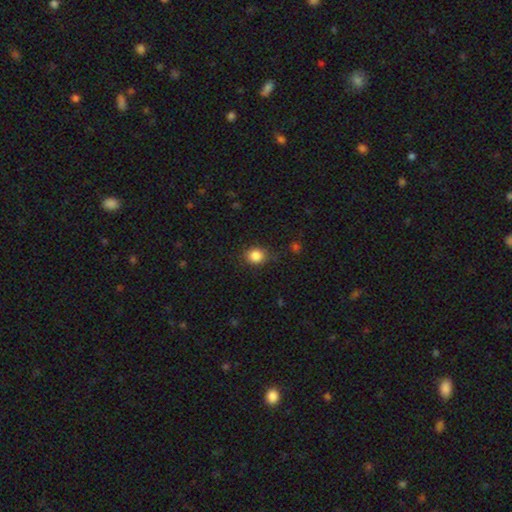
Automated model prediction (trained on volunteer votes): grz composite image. It shows a smooth galaxy with no disk features (85%) that is round (78%). Merging: none (80%).